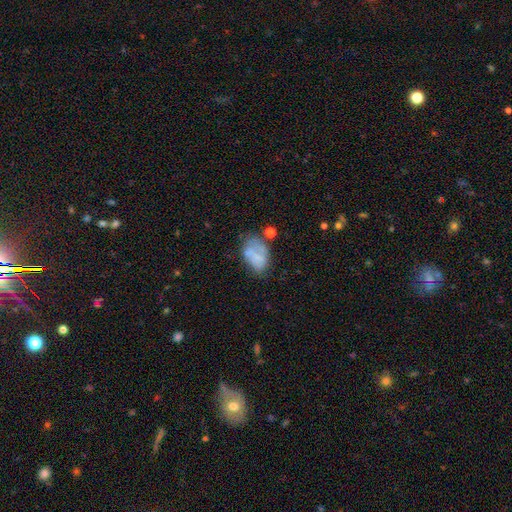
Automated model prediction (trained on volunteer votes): Smooth or featured? Predicted: smooth (p=0.58). How rounded? Predicted: in between (p=0.85). Merging? Predicted: none (p=0.38).